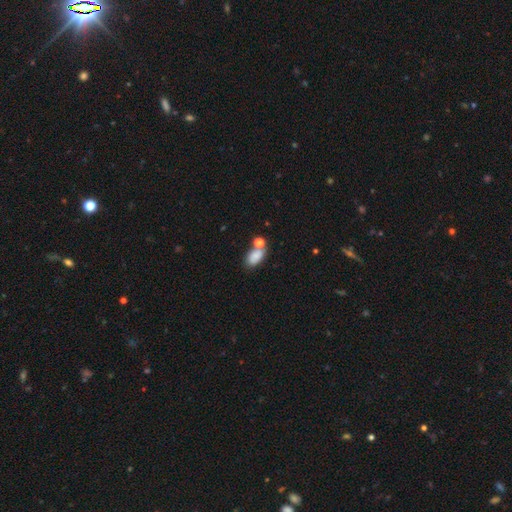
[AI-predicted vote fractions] The model was most divided on "merging": none: 46%, merger: 32%, minor disturbance: 15%, major disturbance: 6%. More confident: how rounded — in between (88%); smooth or featured — smooth (80%).